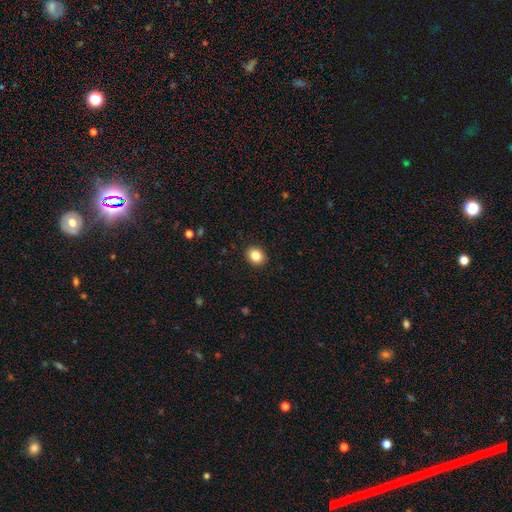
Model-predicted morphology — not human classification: The model was most divided on "how rounded": round: 51%, in between: 48%, cigar-shaped: 1%. More confident: merging — none (91%); smooth or featured — smooth (84%).